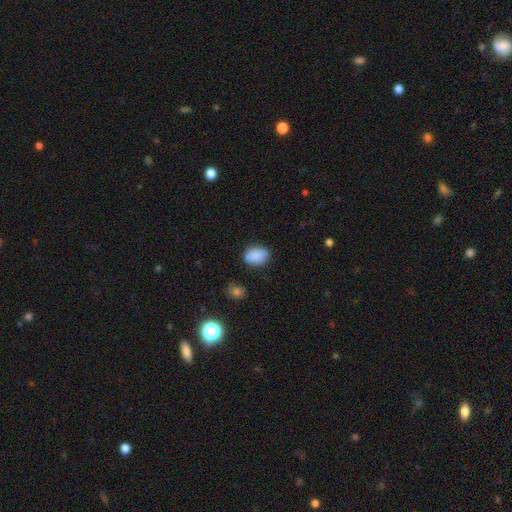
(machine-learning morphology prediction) Q: Smooth or featured?
A: smooth (88%); runner-up: star or artifact (8%)
Q: How rounded?
A: in between (78%); runner-up: round (21%)
Q: Merging?
A: none (80%); runner-up: minor disturbance (15%)